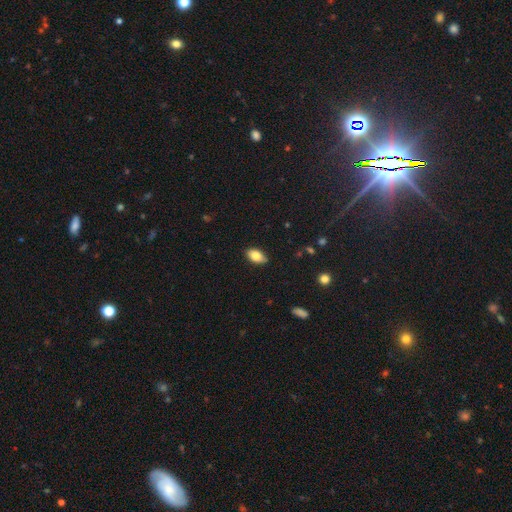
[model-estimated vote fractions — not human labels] Smooth or featured?
  - smooth: 84% *
  - featured or disk: 9%
  - star or artifact: 7%
How rounded?
  - in between: 92% *
  - round: 5%
  - cigar-shaped: 3%
Merging?
  - none: 85% *
  - minor disturbance: 12%
  - major disturbance: 2%
  - merger: 1%